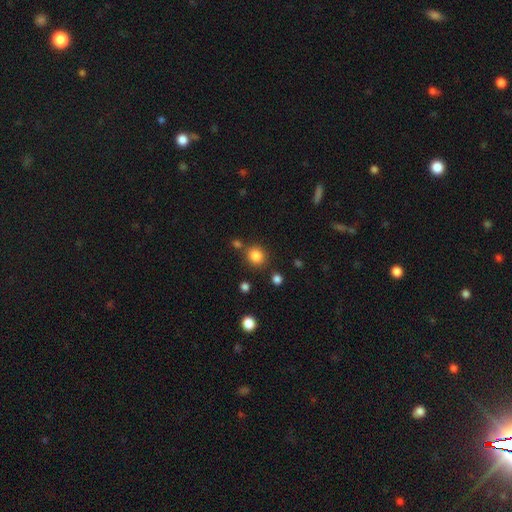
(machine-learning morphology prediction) smooth-or-featured: smooth: 84% | star or artifact: 11% | featured or disk: 4%
  how-rounded: round: 86% | in between: 13% | cigar-shaped: 1%
  merging: none: 79% | minor disturbance: 9% | merger: 8% | major disturbance: 3%